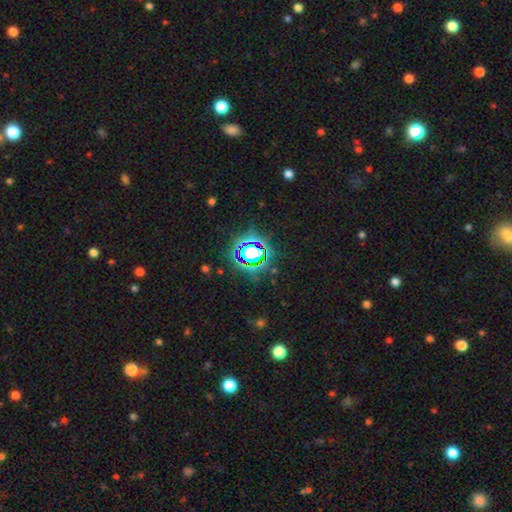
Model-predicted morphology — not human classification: Smooth or featured? Predicted: star or artifact (p=0.81).